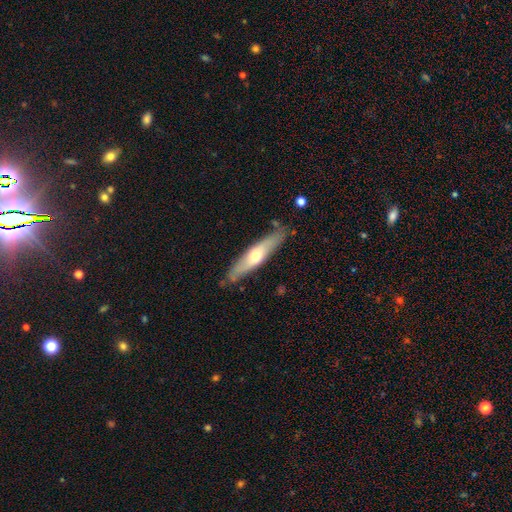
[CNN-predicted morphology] A smooth galaxy with no disk features (49%). Merging: none (82%).